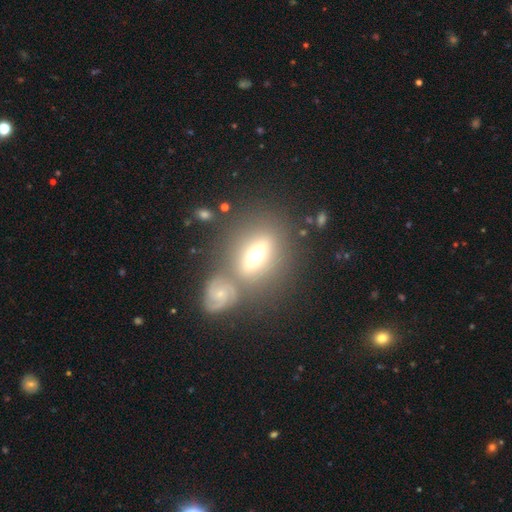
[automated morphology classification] featured or disk 55%, smooth 36%, star or artifact 9%. Down the decision tree: edge-on disk — no (54%); merging — none (58%).